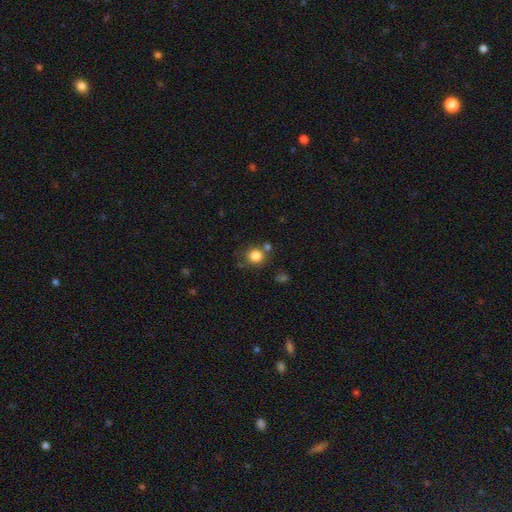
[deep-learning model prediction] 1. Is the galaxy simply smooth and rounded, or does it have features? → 84% smooth, 11% star or artifact, 6% featured or disk.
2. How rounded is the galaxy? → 88% round, 11% in between, 1% cigar-shaped.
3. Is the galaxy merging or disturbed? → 71% none, 13% merger, 12% minor disturbance, 4% major disturbance.